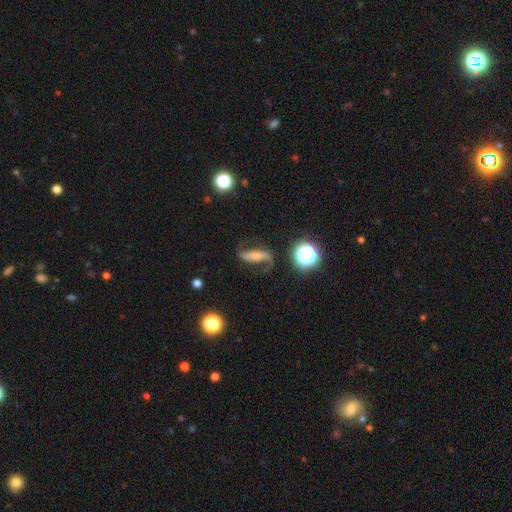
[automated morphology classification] featured or disk 73%, smooth 17%, star or artifact 11%. Down the decision tree: edge-on disk — no (87%); bar — strong (42%); spiral arms — yes (93%); spiral arm count — 2 (88%); spiral winding — loose (78%); bulge size — small (44%); merging — none (70%).